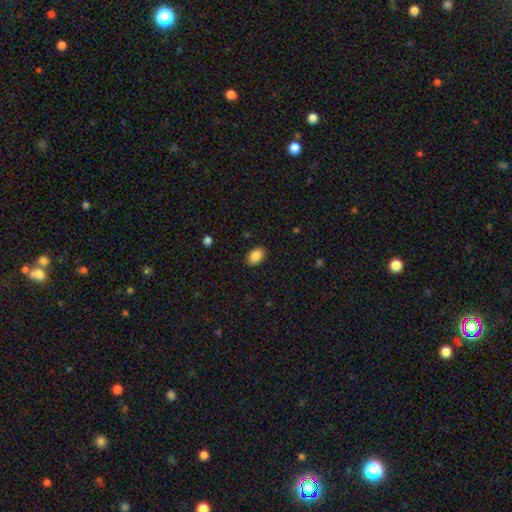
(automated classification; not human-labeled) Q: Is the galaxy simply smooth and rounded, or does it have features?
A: smooth — 87%.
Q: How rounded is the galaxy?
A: in between — 87%.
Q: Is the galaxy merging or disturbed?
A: none — 88%.